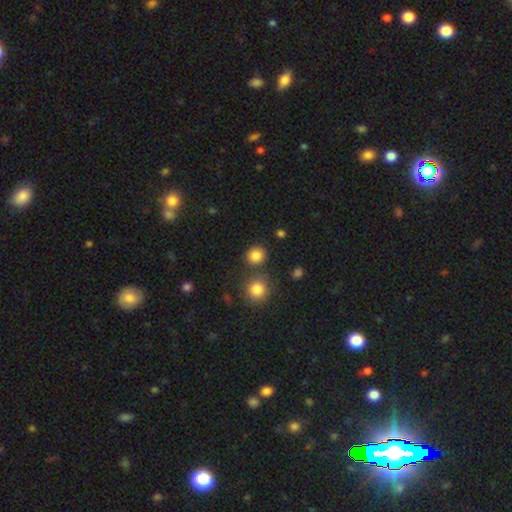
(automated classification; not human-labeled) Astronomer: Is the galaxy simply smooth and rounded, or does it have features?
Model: smooth — 84%.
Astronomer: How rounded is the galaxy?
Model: round — 85%.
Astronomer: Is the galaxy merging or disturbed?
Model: none — 78%.